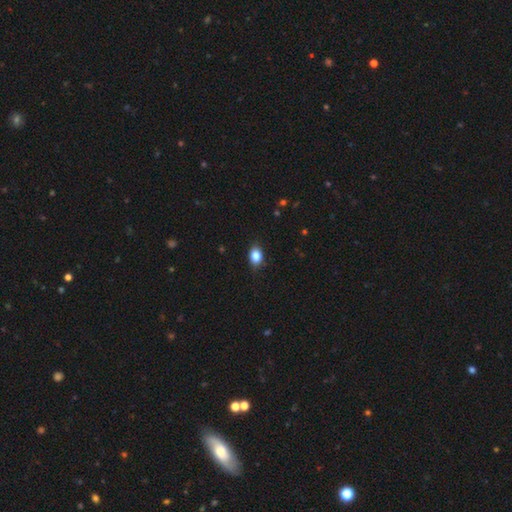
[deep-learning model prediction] Morphology: type=smooth (85%); roundness=in between (74%); merging=none (83%).